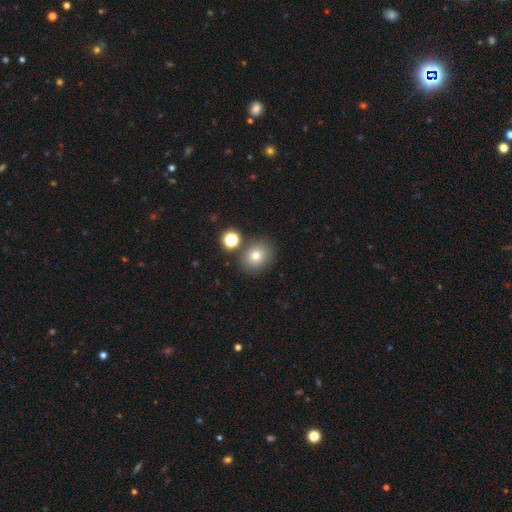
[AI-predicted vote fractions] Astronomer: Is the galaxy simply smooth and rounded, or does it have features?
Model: smooth — 75%.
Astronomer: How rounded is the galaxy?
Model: round — 65%.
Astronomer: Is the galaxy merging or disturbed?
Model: none — 79%.